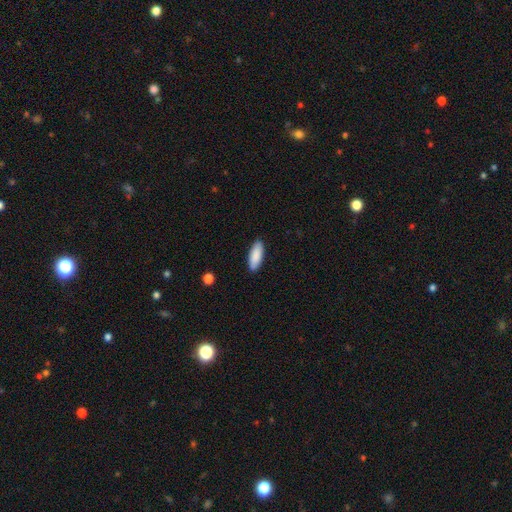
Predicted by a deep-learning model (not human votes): Smooth or featured: smooth — 89% (featured or disk — 6%)
How rounded: in between — 71% (cigar-shaped — 27%)
Merging: none — 89% (minor disturbance — 8%)